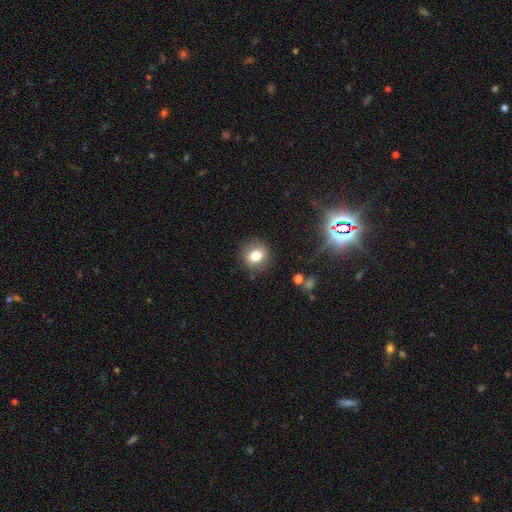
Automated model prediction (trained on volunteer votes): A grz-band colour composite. It shows a smooth galaxy with no disk features (77%) that is round (85%). Merging: none (86%).